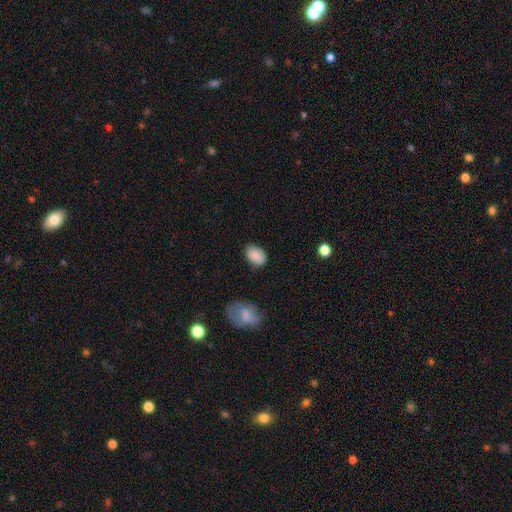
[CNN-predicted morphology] A smooth galaxy with no disk features (88%) that is in between round and cigar-shaped (84%). Merging: none (78%).